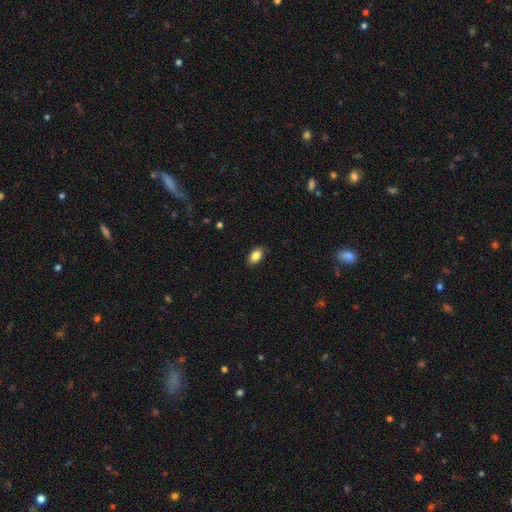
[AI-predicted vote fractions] A smooth galaxy with no disk features (86%) that is in between round and cigar-shaped (91%).

Vote fractions:
- Smooth or featured? smooth: 86% / star or artifact: 8% / featured or disk: 6%
- How rounded? in between: 91% / round: 7% / cigar-shaped: 2%
- Merging? none: 87% / minor disturbance: 10% / major disturbance: 2% / merger: 1%